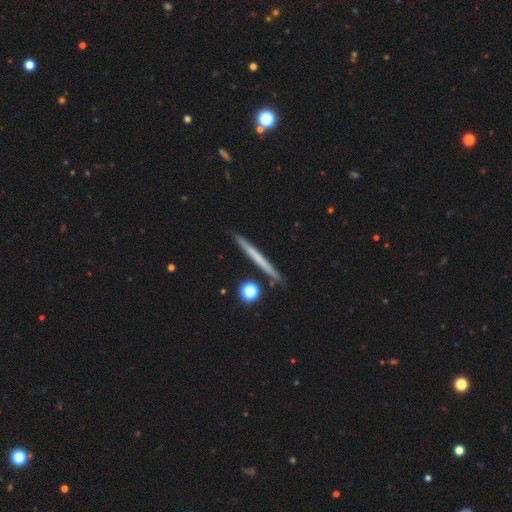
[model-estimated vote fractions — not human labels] This is possibly a smooth galaxy (49%). Merging: clearly none (90%).